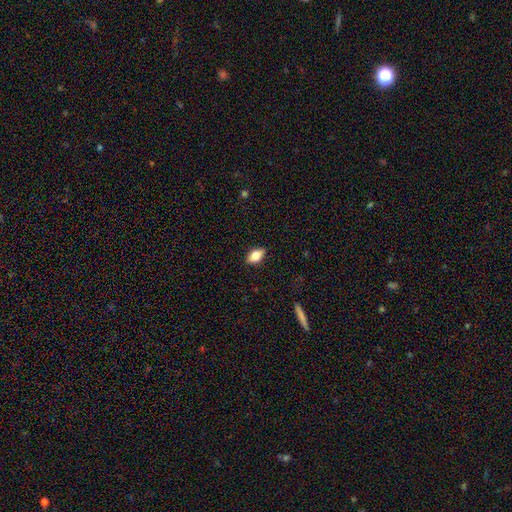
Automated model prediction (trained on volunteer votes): Morphology: type=smooth (71%); roundness=in between (87%); merging=none (88%).